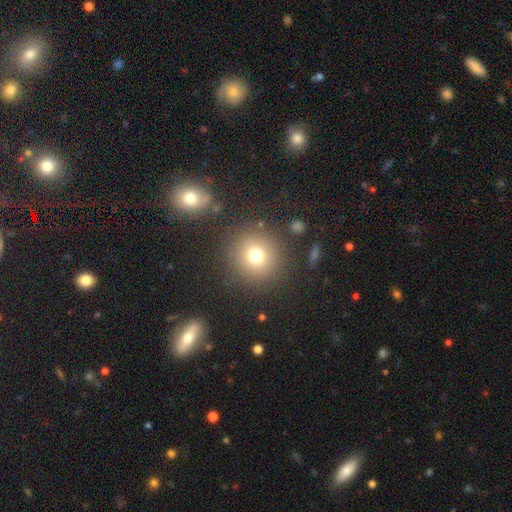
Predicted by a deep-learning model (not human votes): A smooth galaxy with no disk features (73%) that is round (93%).

Vote fractions:
- Smooth or featured? smooth: 73% / star or artifact: 16% / featured or disk: 10%
- How rounded? round: 93% / in between: 6% / cigar-shaped: 1%
- Merging? none: 86% / minor disturbance: 7% / major disturbance: 4% / merger: 3%